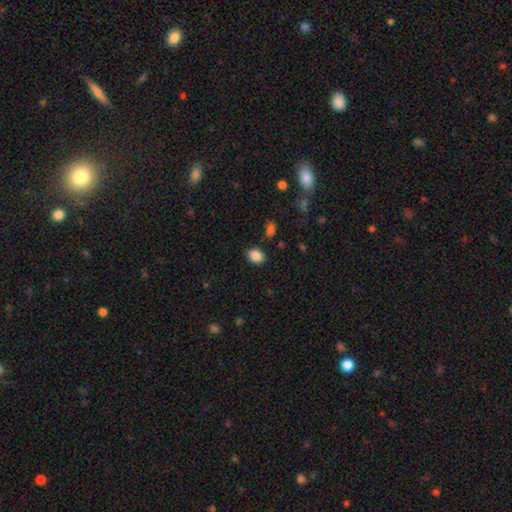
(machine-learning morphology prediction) type=smooth (87%); roundness=in between (58%); merging=none (84%).